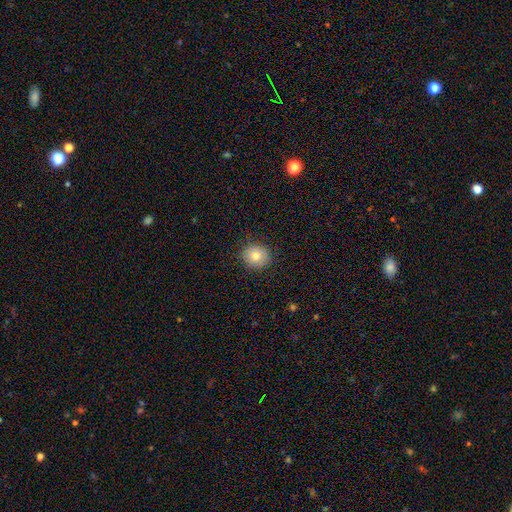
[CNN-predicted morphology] The model was most divided on "how rounded": round: 80%, in between: 19%, cigar-shaped: 1%. More confident: merging — none (86%); smooth or featured — smooth (78%).